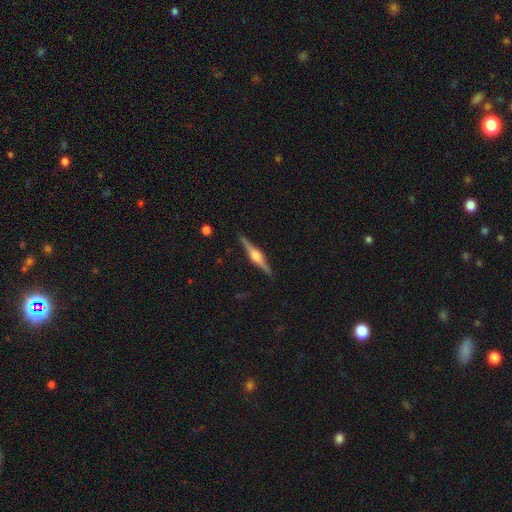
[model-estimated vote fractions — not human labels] smooth_or_featured: featured or disk (p=0.82) [alt: smooth p=0.12]
disk_edge_on: yes (p=0.98) [alt: no p=0.02]
edge_on_bulge: rounded (p=0.88) [alt: boxy p=0.10]
merging: none (p=0.91) [alt: minor disturbance p=0.06]